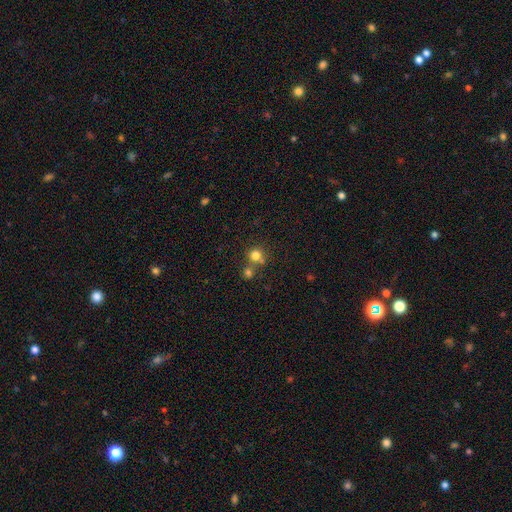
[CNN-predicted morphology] smooth-or-featured: smooth: 77% | star or artifact: 15% | featured or disk: 9%
  how-rounded: round: 89% | in between: 10% | cigar-shaped: 1%
  merging: none: 55% | merger: 33% | minor disturbance: 8% | major disturbance: 4%